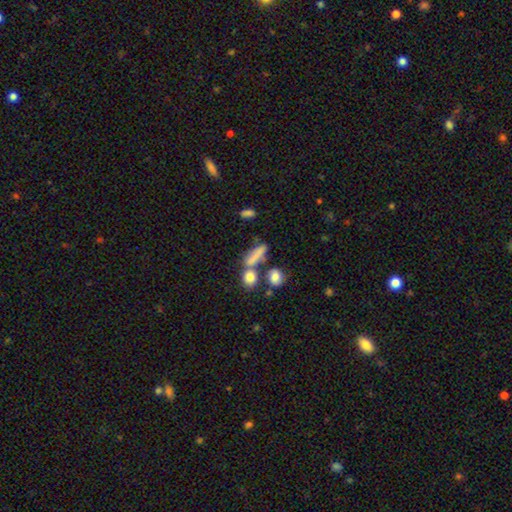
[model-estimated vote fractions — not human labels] smooth 74%, featured or disk 14%, star or artifact 12%. Down the decision tree: how rounded — in between (45%); merging — none (47%).